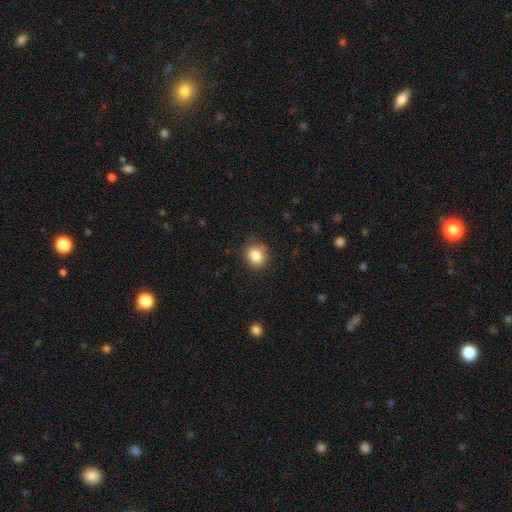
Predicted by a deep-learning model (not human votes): Smooth or featured?
  - smooth: 84% *
  - star or artifact: 10%
  - featured or disk: 6%
How rounded?
  - round: 76% *
  - in between: 24%
  - cigar-shaped: 1%
Merging?
  - none: 80% *
  - minor disturbance: 15%
  - major disturbance: 3%
  - merger: 1%